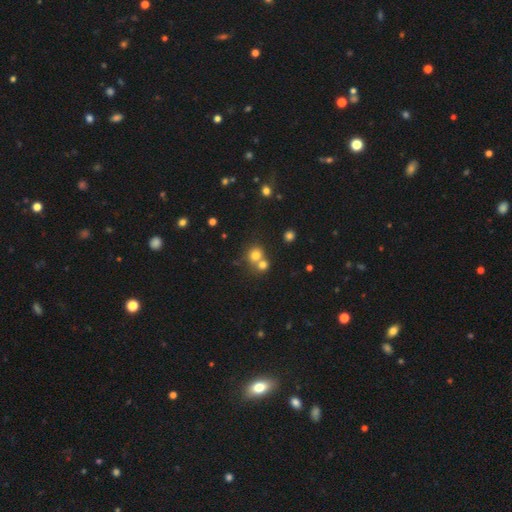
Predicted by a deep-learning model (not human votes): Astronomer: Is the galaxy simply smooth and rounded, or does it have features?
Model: smooth — 74%.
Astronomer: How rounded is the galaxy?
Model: round — 82%.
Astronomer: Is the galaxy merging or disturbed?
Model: none — 45%, tied with merger at 45%.